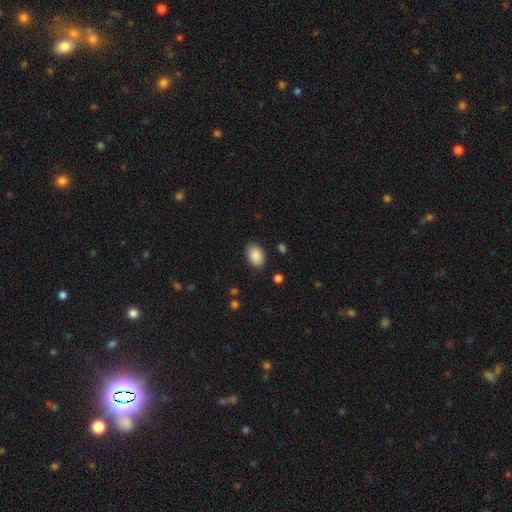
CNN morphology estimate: Smooth or featured? Predicted: smooth (p=0.89). How rounded? Predicted: in between (p=0.82). Merging? Predicted: none (p=0.86).